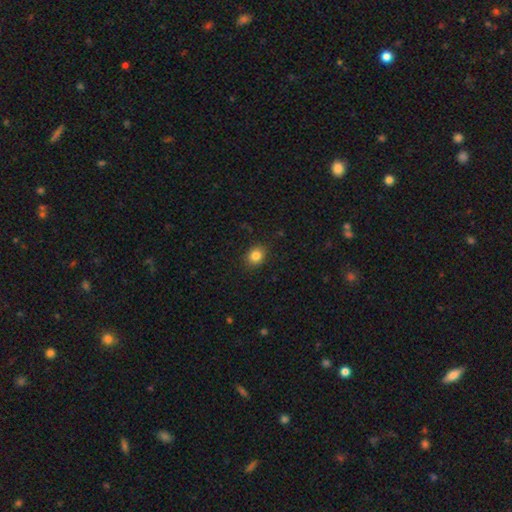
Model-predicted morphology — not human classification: A smooth galaxy with no disk features (84%) that is round (62%). Merging: none (88%).